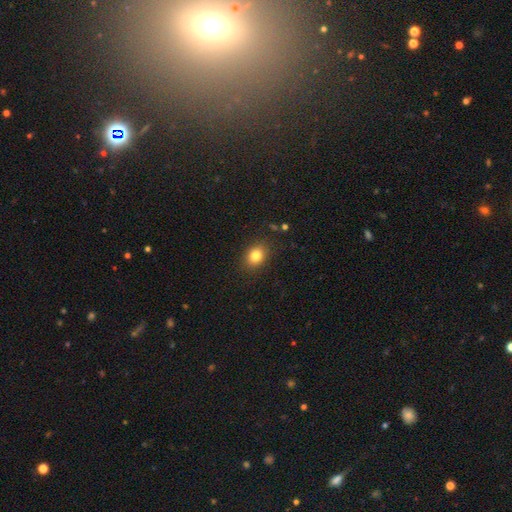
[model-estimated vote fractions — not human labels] Overall: smooth (82%). How rounded: in between (58%; round 41%). Merging: none (86%).